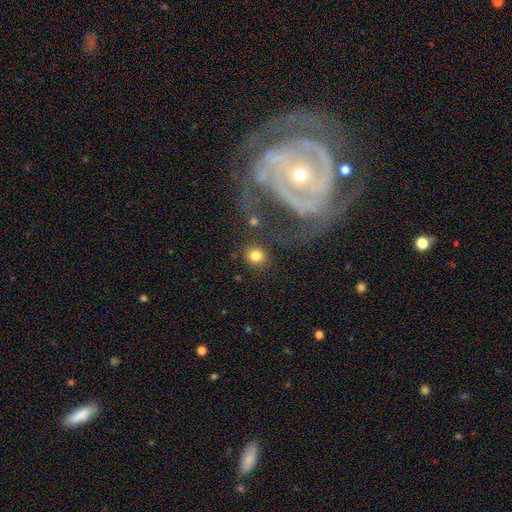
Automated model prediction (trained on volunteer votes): Smooth or featured: smooth — 80% (star or artifact — 11%)
How rounded: round — 86% (in between — 13%)
Merging: none — 81% (minor disturbance — 8%)